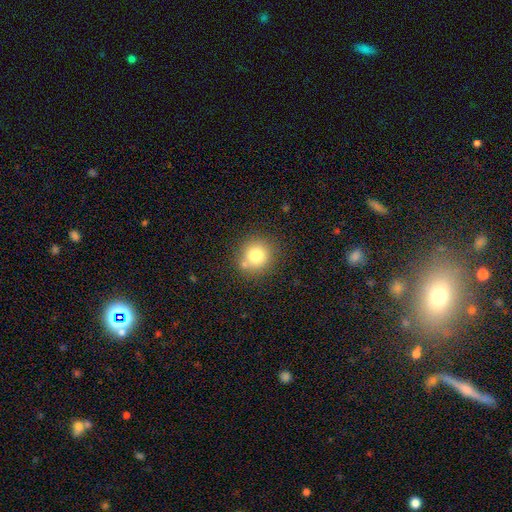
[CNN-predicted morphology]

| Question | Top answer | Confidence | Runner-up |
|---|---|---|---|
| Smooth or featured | smooth | 76% | star or artifact (13%) |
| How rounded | round | 90% | in between (9%) |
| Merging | none | 76% | minor disturbance (11%) |